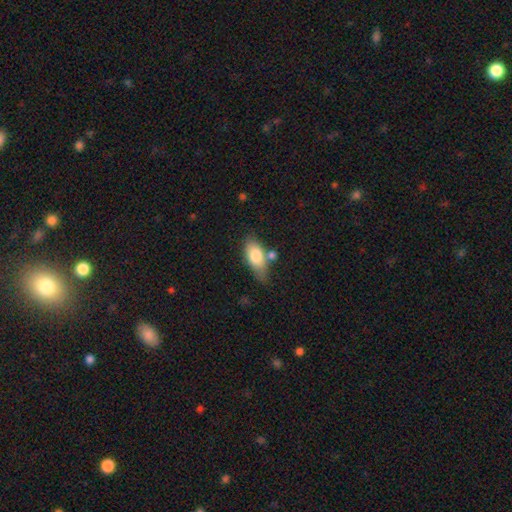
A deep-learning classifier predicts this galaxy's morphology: This is likely a smooth galaxy (76%). How rounded: clearly in between (86%). Merging: possibly none (52%).